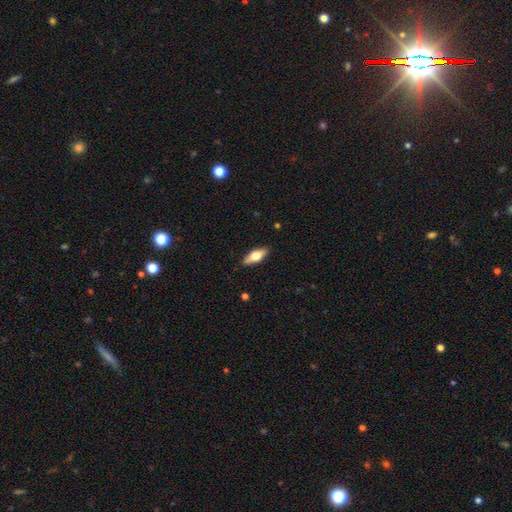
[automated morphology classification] Smooth or featured?
  - smooth: 55% *
  - featured or disk: 39%
  - star or artifact: 6%
How rounded?
  - in between: 70% *
  - cigar-shaped: 27%
  - round: 3%
Merging?
  - none: 88% *
  - minor disturbance: 9%
  - major disturbance: 2%
  - merger: 1%